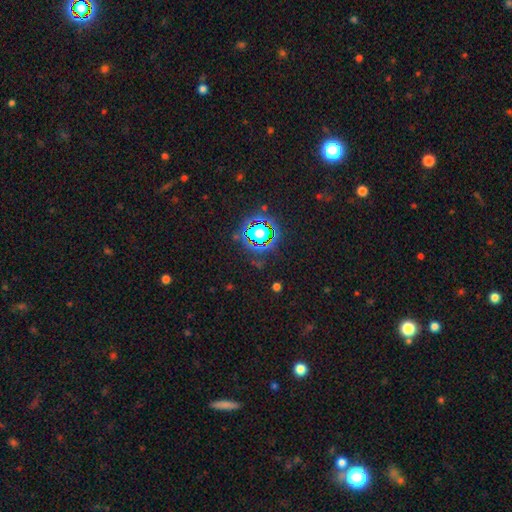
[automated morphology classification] Overall: star or artifact (78%).